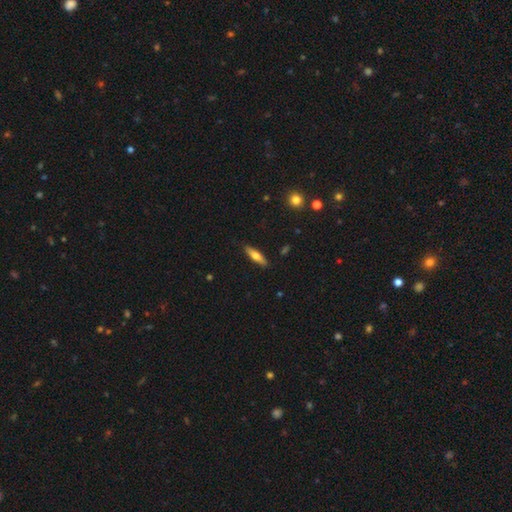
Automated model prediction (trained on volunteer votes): Smooth or featured?
  - smooth: 62% *
  - featured or disk: 32%
  - star or artifact: 6%
How rounded?
  - cigar-shaped: 64% *
  - in between: 34%
  - round: 2%
Merging?
  - none: 88% *
  - minor disturbance: 9%
  - major disturbance: 2%
  - merger: 1%